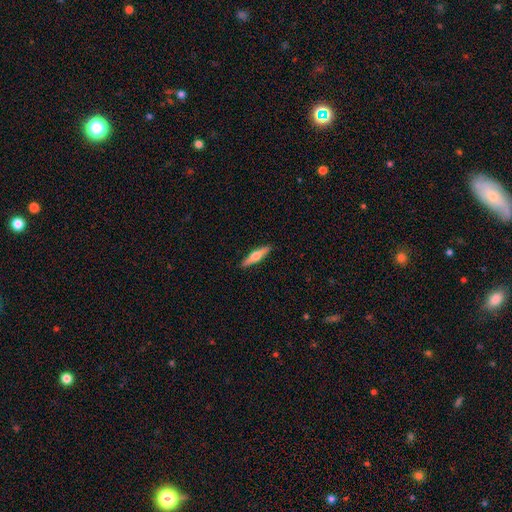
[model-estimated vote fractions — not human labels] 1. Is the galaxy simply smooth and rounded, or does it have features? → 57% featured or disk, 38% smooth, 5% star or artifact.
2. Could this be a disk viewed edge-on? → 96% yes, 4% no.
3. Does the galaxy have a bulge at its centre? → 93% rounded, 4% boxy, 3% none.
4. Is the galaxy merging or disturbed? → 91% none, 6% minor disturbance, 1% major disturbance, 1% merger.